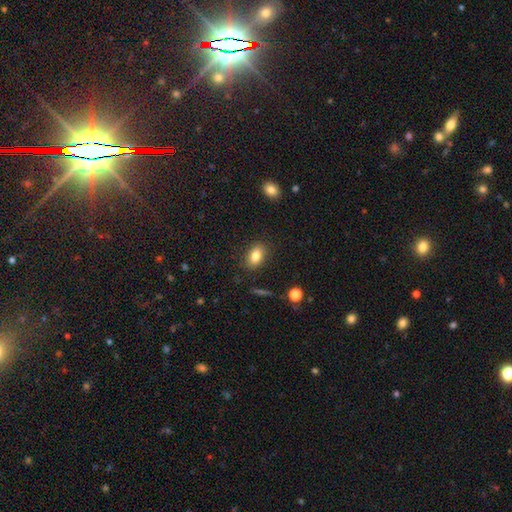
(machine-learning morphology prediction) Smooth or featured: smooth — 82% (star or artifact — 9%)
How rounded: in between — 83% (round — 15%)
Merging: none — 86% (minor disturbance — 10%)